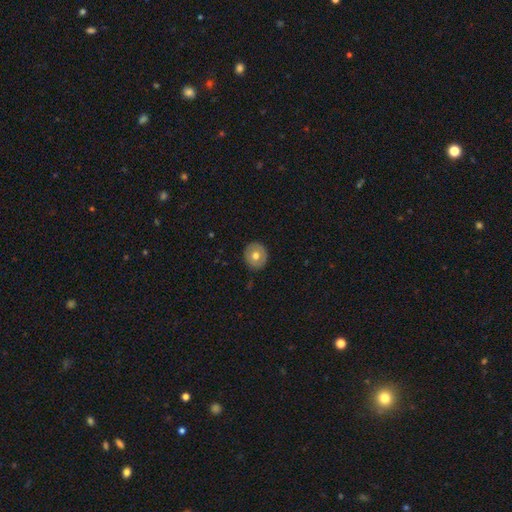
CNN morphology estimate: This is likely a smooth galaxy (61%). How rounded: clearly round (85%). Merging: clearly none (88%).